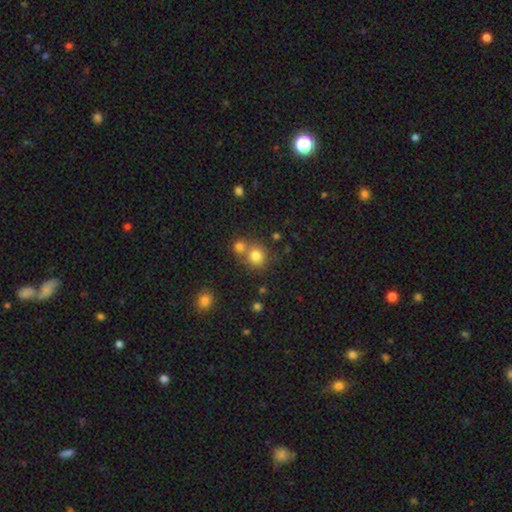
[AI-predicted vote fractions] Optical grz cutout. It shows a smooth galaxy with no disk features (80%) that is round (86%). Merging: none (55%).